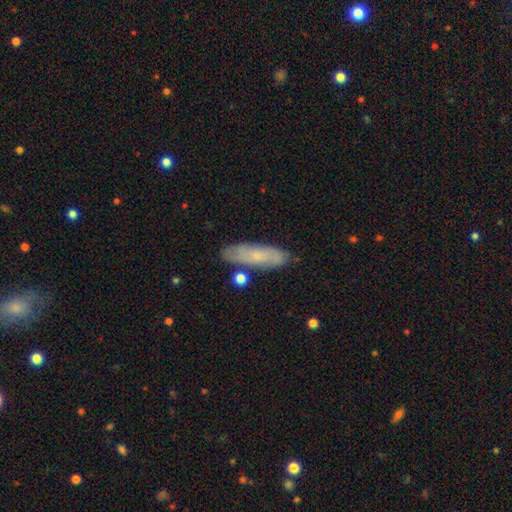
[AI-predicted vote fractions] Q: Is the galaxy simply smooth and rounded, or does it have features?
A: smooth — 57%.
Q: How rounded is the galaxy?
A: in between — 49%.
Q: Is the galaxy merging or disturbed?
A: none — 77%.